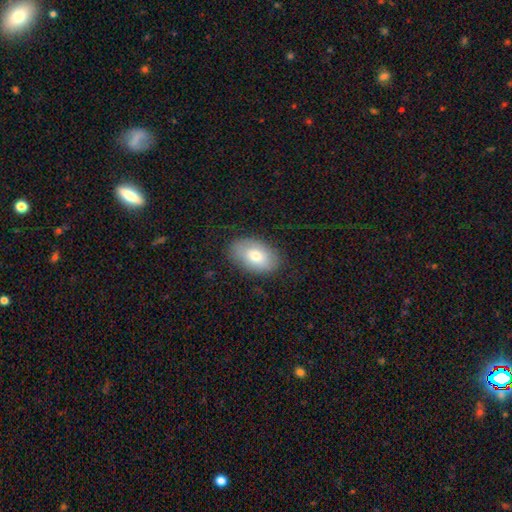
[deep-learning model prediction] Q: Smooth or featured?
A: smooth (73%); runner-up: featured or disk (20%)
Q: How rounded?
A: in between (92%); runner-up: round (7%)
Q: Merging?
A: none (82%); runner-up: minor disturbance (13%)